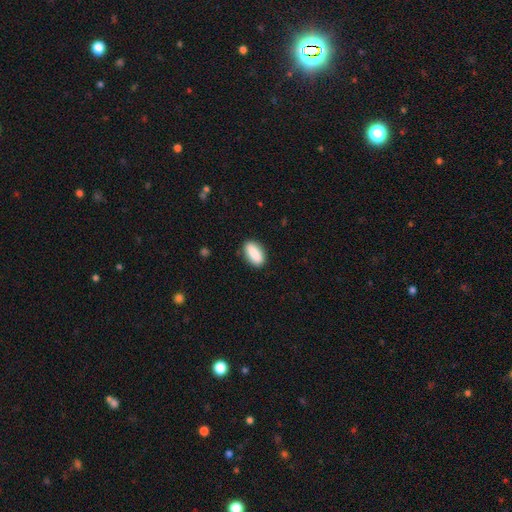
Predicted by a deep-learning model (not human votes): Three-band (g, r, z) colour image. It shows a smooth galaxy with no disk features (87%) that is in between round and cigar-shaped (86%). Merging: none (86%).